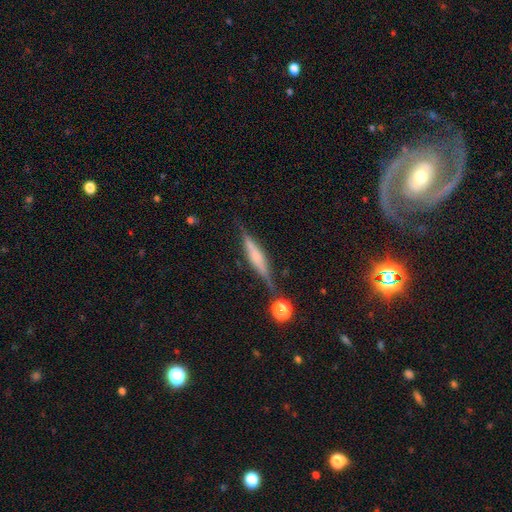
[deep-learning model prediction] Smooth or featured? Predicted: featured or disk (p=0.61). Edge-on disk? Predicted: yes (p=0.96). Edge-on bulge? Predicted: boxy (p=0.42). Merging? Predicted: none (p=0.76).